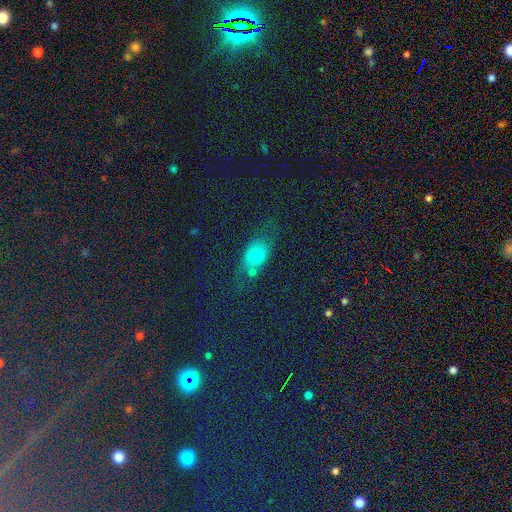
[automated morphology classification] smooth_or_featured: smooth (p=0.63) [alt: star or artifact p=0.20]
how_rounded: in between (p=0.70) [alt: round p=0.22]
merging: none (p=0.52) [alt: minor disturbance p=0.20]